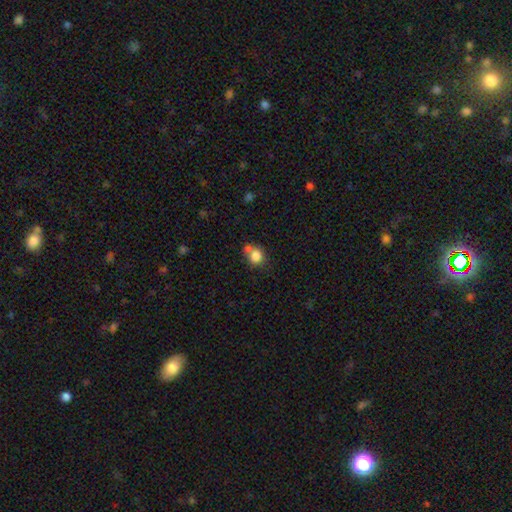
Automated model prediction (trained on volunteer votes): Smooth or featured? Predicted: smooth (p=0.82). How rounded? Predicted: round (p=0.80). Merging? Predicted: none (p=0.50).